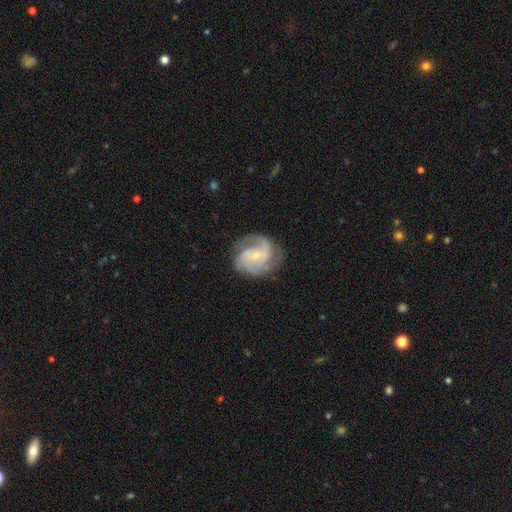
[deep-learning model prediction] Smooth or featured?
  - featured or disk: 86% *
  - smooth: 8%
  - star or artifact: 5%
Edge-on disk?
  - no: 98% *
  - yes: 2%
Bar?
  - no: 48% *
  - weak: 41%
  - strong: 11%
Spiral arms?
  - yes: 97% *
  - no: 3%
Spiral winding?
  - medium: 45% *
  - tight: 42%
  - loose: 12%
Spiral arm count?
  - 2: 41% *
  - 3: 30%
  - can't tell: 14%
  - 4: 6%
  - 1: 5%
  - more than 4: 4%
Bulge size?
  - small: 66% *
  - moderate: 30%
  - none: 2%
  - large: 1%
  - dominant: 1%
Merging?
  - none: 72% *
  - minor disturbance: 18%
  - major disturbance: 8%
  - merger: 1%